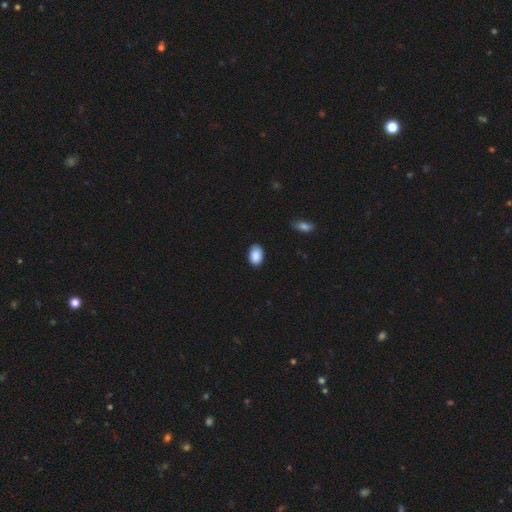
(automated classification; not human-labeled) Overall: smooth (89%). How rounded: in between (87%). Merging: none (85%).